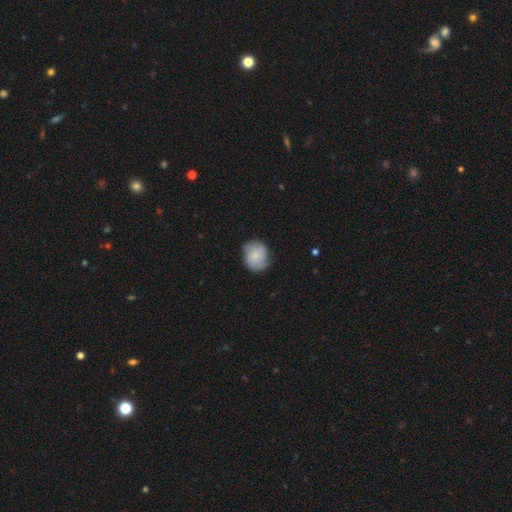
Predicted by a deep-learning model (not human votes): This is likely a smooth galaxy (70%). How rounded: likely round (69%). Merging: likely none (68%).